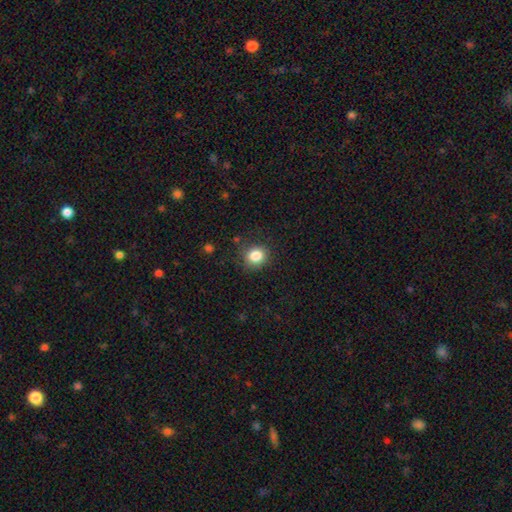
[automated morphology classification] A smooth galaxy with no disk features (84%) that is round (77%).

Vote fractions:
- Smooth or featured? smooth: 84% / star or artifact: 11% / featured or disk: 5%
- How rounded? round: 77% / in between: 22% / cigar-shaped: 1%
- Merging? none: 84% / minor disturbance: 11% / major disturbance: 3% / merger: 1%